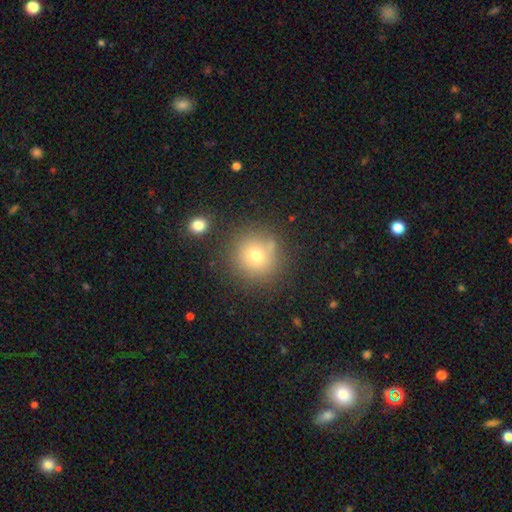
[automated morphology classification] Smooth or featured? smooth (71%)
How rounded? round (94%)
Merging? none (81%)